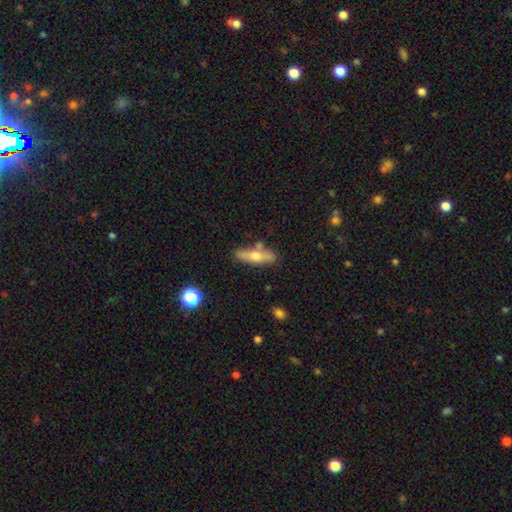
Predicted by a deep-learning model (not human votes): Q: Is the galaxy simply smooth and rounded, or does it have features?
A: smooth — 55%.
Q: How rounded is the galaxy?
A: cigar-shaped — 63%.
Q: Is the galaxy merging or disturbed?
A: none — 76%.